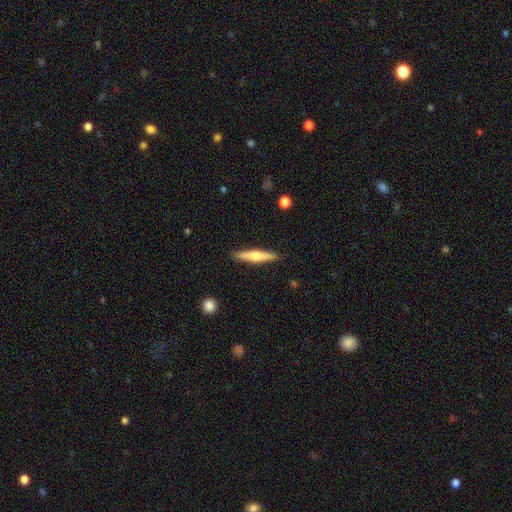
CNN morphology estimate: Smooth or featured: featured or disk — 54% (smooth — 40%)
Edge-on disk: yes — 97% (no — 3%)
Edge-on bulge: rounded — 85% (none — 8%)
Merging: none — 90% (minor disturbance — 7%)